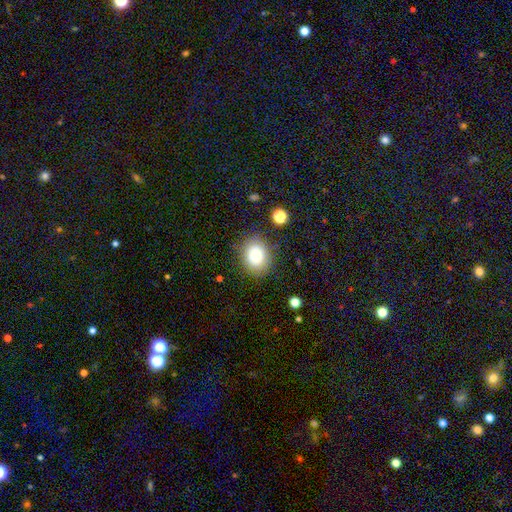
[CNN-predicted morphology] The model was most divided on "how rounded": round: 63%, in between: 36%, cigar-shaped: 1%. More confident: merging — none (82%); smooth or featured — smooth (75%).